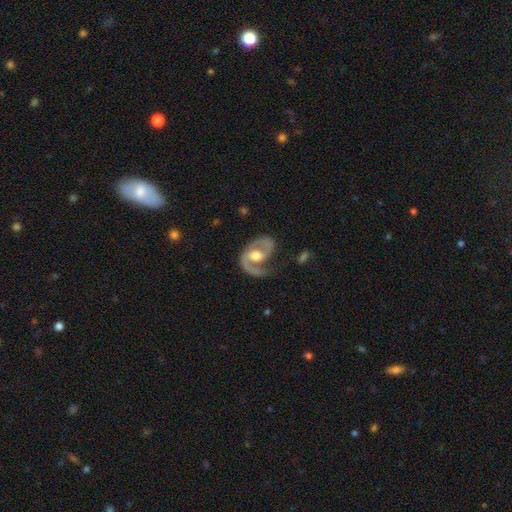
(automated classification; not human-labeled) This appears to be a featured or disk galaxy (88%) with no bar (46%), 2 (75%) medium (55%) spiral arms (95%) and a moderate central bulge (69%). Merging: none (59%).